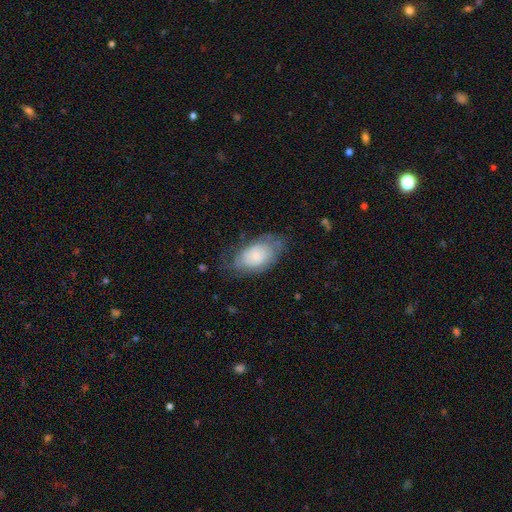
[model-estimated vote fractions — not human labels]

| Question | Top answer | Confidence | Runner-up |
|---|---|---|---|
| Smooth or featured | smooth | 56% | featured or disk (36%) |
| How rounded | in between | 93% | round (6%) |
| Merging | none | 58% | minor disturbance (27%) |